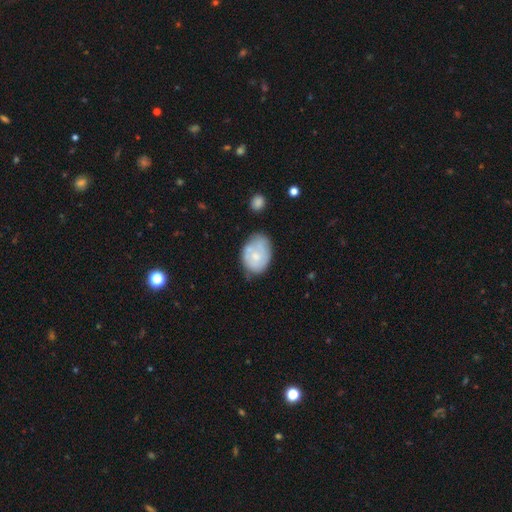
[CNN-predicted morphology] This is possibly a smooth galaxy (54%). How rounded: likely in between (72%). Merging: possibly none (48%).